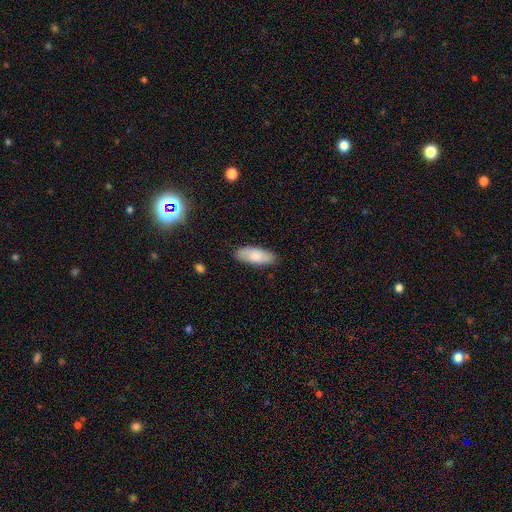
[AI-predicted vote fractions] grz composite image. It shows a smooth galaxy with no disk features (83%) that is in between round and cigar-shaped (76%). Merging: none (86%).